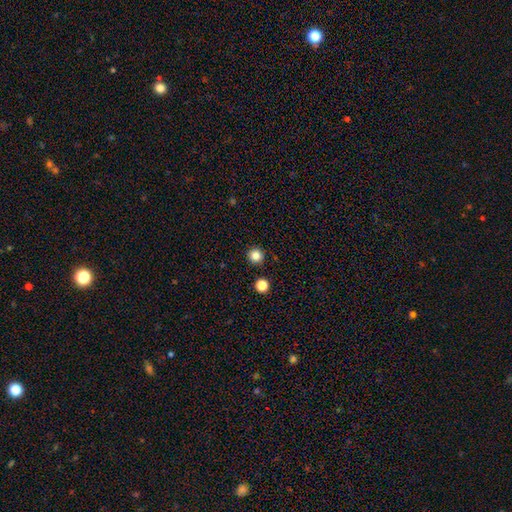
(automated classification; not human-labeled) This is clearly a smooth galaxy (84%). How rounded: clearly round (96%). Merging: clearly none (91%).